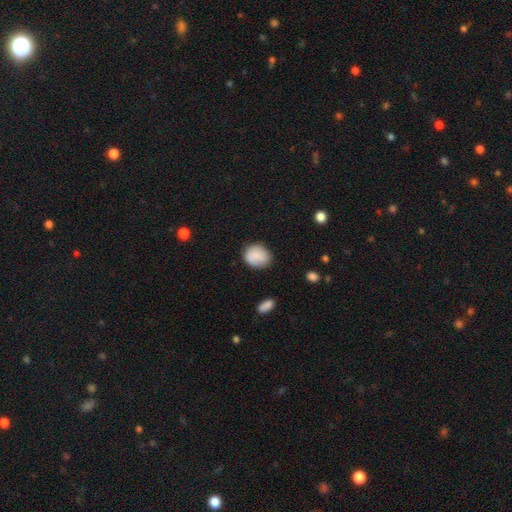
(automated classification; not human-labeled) smooth-or-featured: smooth: 85% | featured or disk: 8% | star or artifact: 7%
  how-rounded: round: 70% | in between: 29% | cigar-shaped: 1%
  merging: none: 78% | minor disturbance: 16% | major disturbance: 4% | merger: 2%